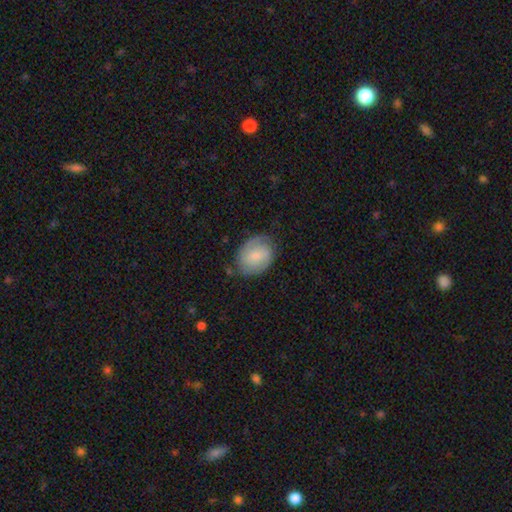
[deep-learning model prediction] Smooth or featured? smooth (65%)
How rounded? in between (58%)
Merging? none (72%)